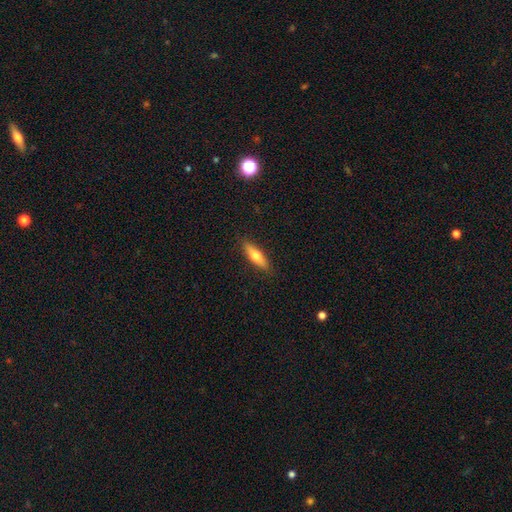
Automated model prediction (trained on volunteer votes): A smooth galaxy with no disk features (66%) that is cigar-shaped (61%).

Vote fractions:
- Smooth or featured? smooth: 66% / featured or disk: 28% / star or artifact: 6%
- How rounded? cigar-shaped: 61% / in between: 37% / round: 2%
- Merging? none: 88% / minor disturbance: 9% / major disturbance: 2% / merger: 1%